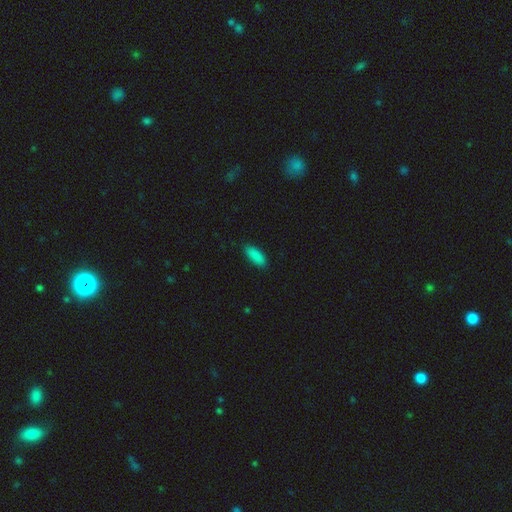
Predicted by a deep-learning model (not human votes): A smooth galaxy with no disk features (89%) that is in between round and cigar-shaped (70%).

Vote fractions:
- Smooth or featured? smooth: 89% / star or artifact: 7% / featured or disk: 4%
- How rounded? in between: 70% / cigar-shaped: 28% / round: 2%
- Merging? none: 87% / minor disturbance: 10% / major disturbance: 2% / merger: 1%